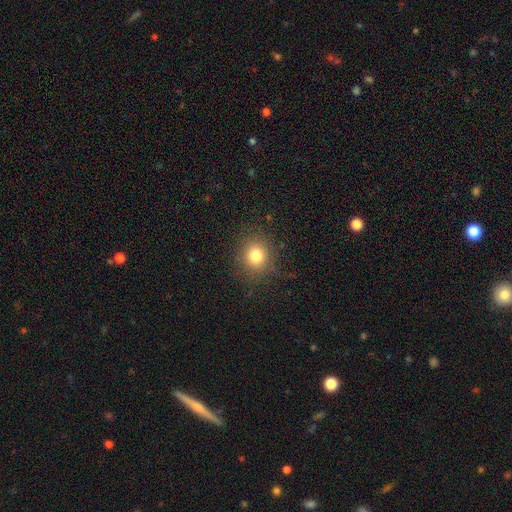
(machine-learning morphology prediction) smooth_or_featured: smooth (p=0.79) [alt: star or artifact p=0.13]
how_rounded: round (p=0.80) [alt: in between p=0.19]
merging: none (p=0.86) [alt: minor disturbance p=0.09]